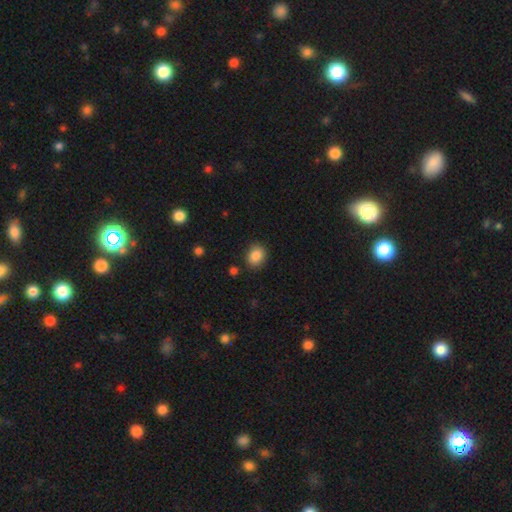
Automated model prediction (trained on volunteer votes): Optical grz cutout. It shows a smooth galaxy with no disk features (87%) that is round (53%). Merging: none (85%).